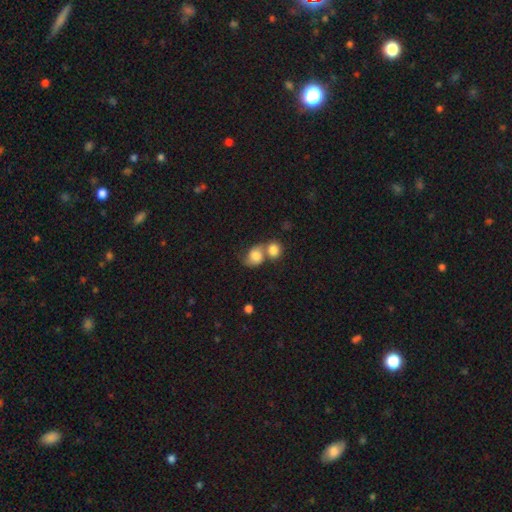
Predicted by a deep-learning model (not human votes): smooth_or_featured: smooth (p=0.73) [alt: featured or disk p=0.19]
how_rounded: round (p=0.59) [alt: in between p=0.40]
merging: merger (p=0.61) [alt: none p=0.23]